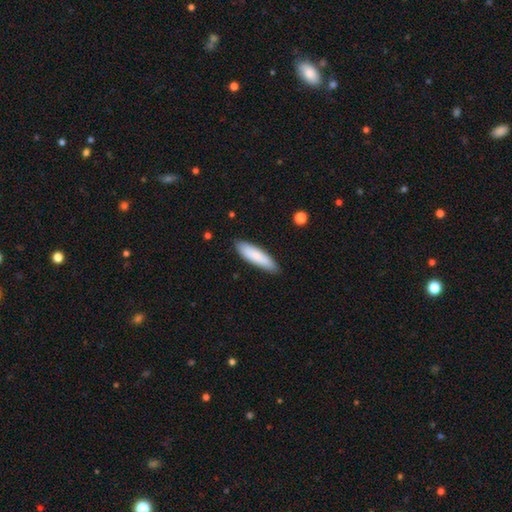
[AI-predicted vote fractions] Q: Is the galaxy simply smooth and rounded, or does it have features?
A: smooth — 84%.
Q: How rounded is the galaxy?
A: cigar-shaped — 65%.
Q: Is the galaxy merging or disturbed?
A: none — 87%.